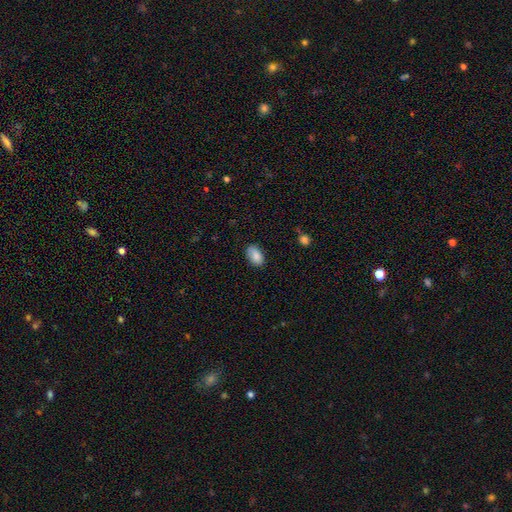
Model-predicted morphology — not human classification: Overall: smooth (85%). How rounded: in between (92%). Merging: none (79%).